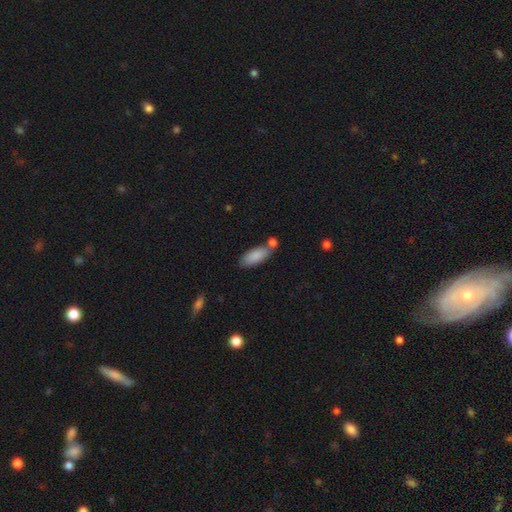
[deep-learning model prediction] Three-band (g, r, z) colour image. It shows a smooth galaxy with no disk features (87%) that is in between round and cigar-shaped (80%). Merging: none (58%).